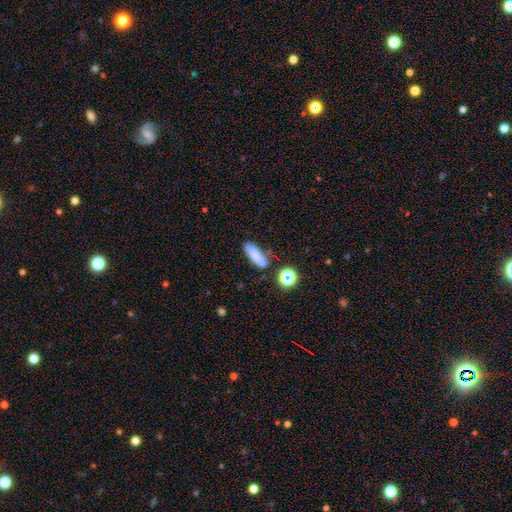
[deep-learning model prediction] Smooth or featured? smooth (77%)
How rounded? in between (54%)
Merging? none (72%)